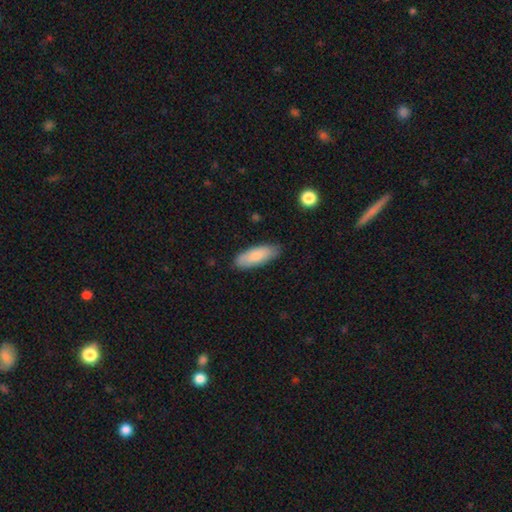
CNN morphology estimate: The model was most divided on "how rounded": in between: 69%, cigar-shaped: 29%, round: 2%. More confident: smooth or featured — smooth (81%); merging — none (81%).